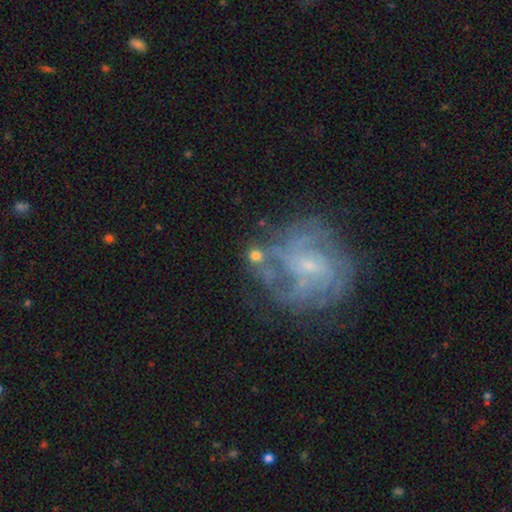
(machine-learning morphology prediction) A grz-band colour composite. It shows a smooth galaxy with no disk features (43%). Merging: none (62%).